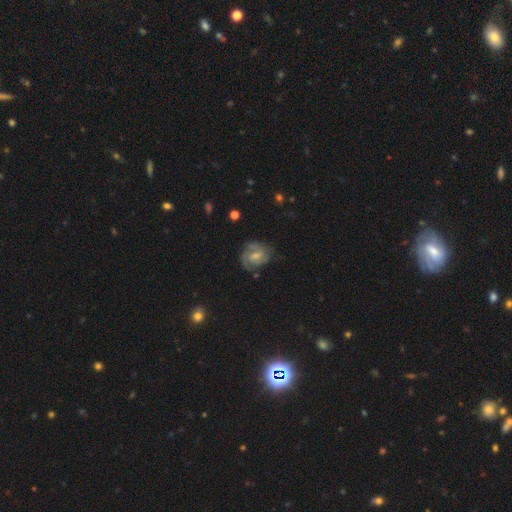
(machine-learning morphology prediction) smooth-or-featured: featured or disk: 73% | smooth: 20% | star or artifact: 7%
  disk-edge-on: no: 97% | yes: 3%
    bar: weak: 52% | no: 37% | strong: 11%
    has-spiral-arms: yes: 92% | no: 8%
      spiral-winding: tight: 49% | medium: 40% | loose: 11%
      spiral-arm-count: 2: 58% | can't tell: 19% | 3: 13% | 1: 6% | 4: 3% | more than 4: 2%
    bulge-size: moderate: 45% | small: 39% | none: 11% | large: 5% | dominant: 1%
  merging: none: 68% | minor disturbance: 21% | major disturbance: 9% | merger: 2%